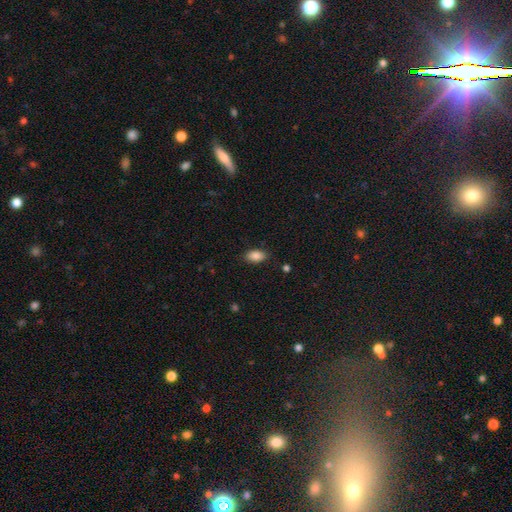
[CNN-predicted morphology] A smooth galaxy with no disk features (87%) that is in between round and cigar-shaped (92%). Merging: none (86%).